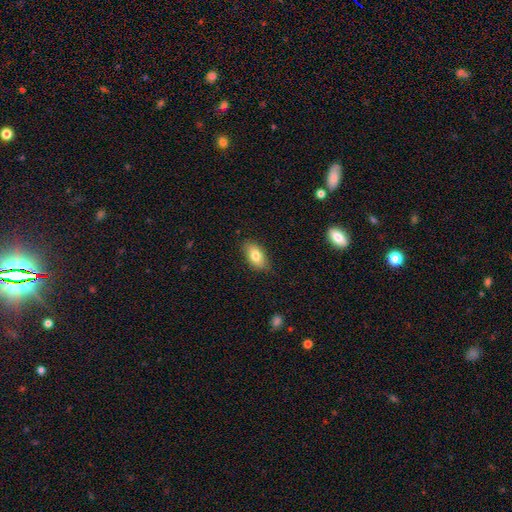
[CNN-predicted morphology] A smooth galaxy with no disk features (79%) that is in between round and cigar-shaped (90%). Merging: none (82%).